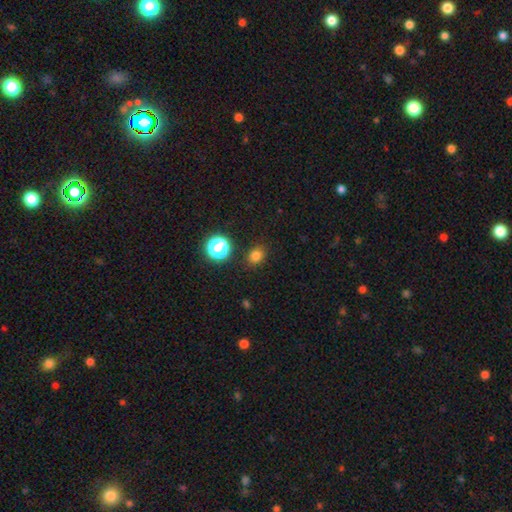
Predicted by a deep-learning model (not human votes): Smooth or featured?
  - smooth: 79% *
  - star or artifact: 17%
  - featured or disk: 4%
How rounded?
  - round: 67% *
  - in between: 32%
  - cigar-shaped: 1%
Merging?
  - none: 87% *
  - minor disturbance: 8%
  - major disturbance: 3%
  - merger: 2%